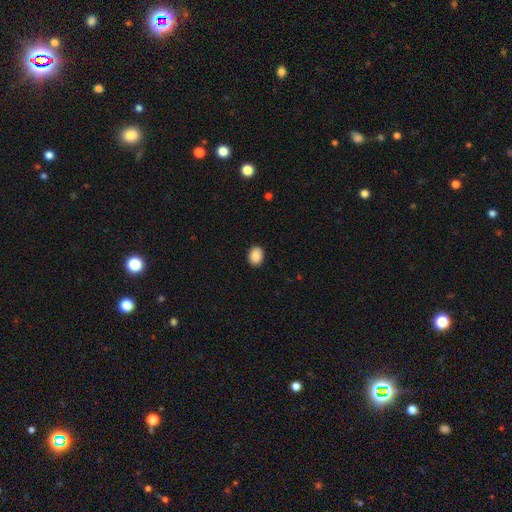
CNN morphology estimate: This is clearly a smooth galaxy (88%). How rounded: likely in between (62%). Merging: clearly none (91%).